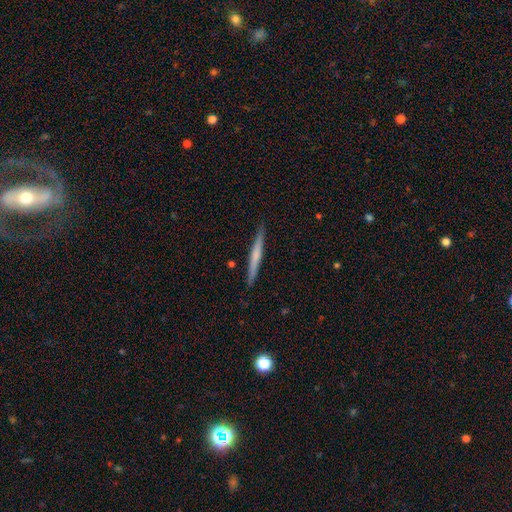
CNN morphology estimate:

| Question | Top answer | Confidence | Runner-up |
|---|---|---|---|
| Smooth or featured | smooth | 51% | featured or disk (44%) |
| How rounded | cigar-shaped | 96% | in between (2%) |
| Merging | none | 90% | minor disturbance (7%) |